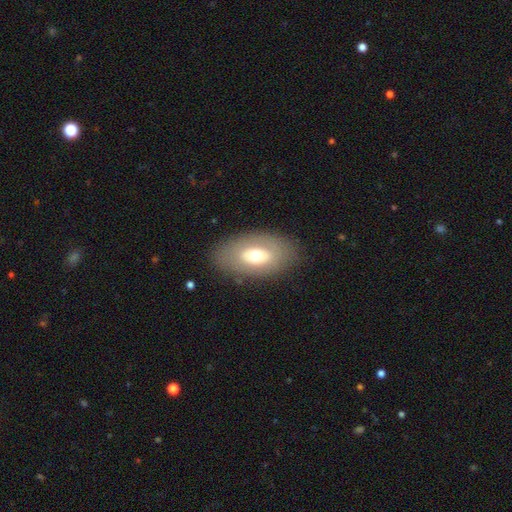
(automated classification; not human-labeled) Morphology: type=smooth (55%); roundness=in between (90%); merging=none (83%).